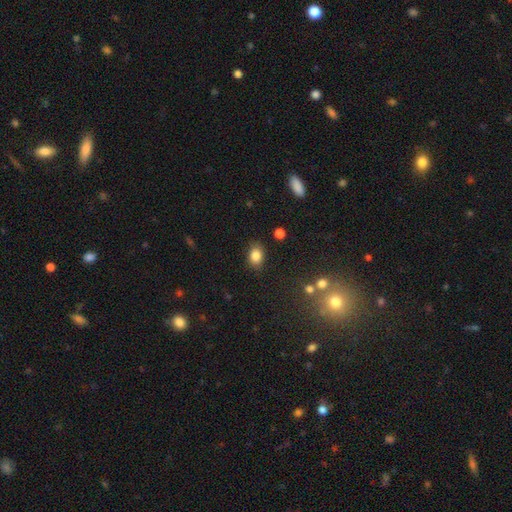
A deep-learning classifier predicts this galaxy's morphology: smooth 84%, star or artifact 10%, featured or disk 6%. Down the decision tree: how rounded — in between (70%); merging — none (83%).